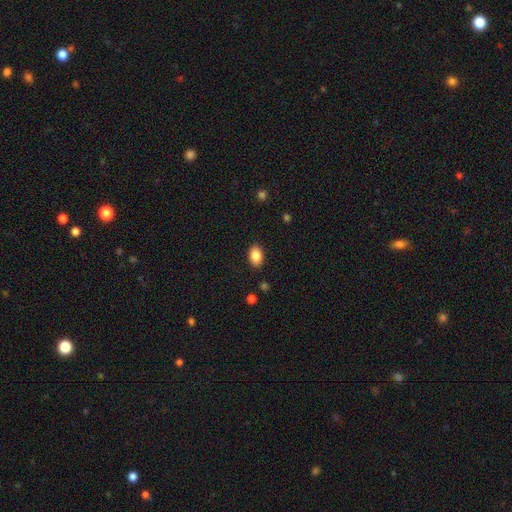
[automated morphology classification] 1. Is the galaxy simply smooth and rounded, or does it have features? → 85% smooth, 8% star or artifact, 6% featured or disk.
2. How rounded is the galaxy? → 84% in between, 14% round, 1% cigar-shaped.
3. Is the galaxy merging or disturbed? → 88% none, 9% minor disturbance, 2% major disturbance, 1% merger.